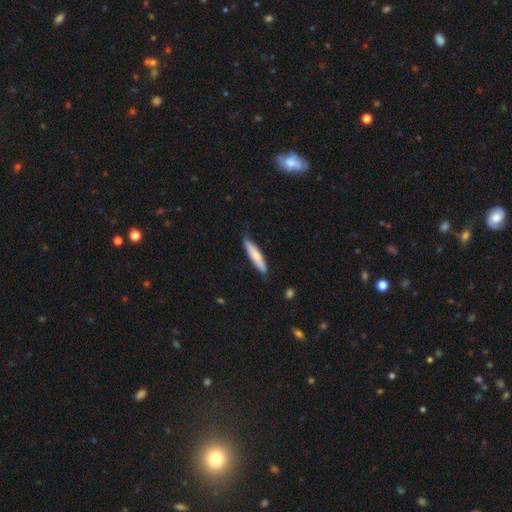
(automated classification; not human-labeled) Smooth or featured: smooth — 74% (featured or disk — 21%)
How rounded: cigar-shaped — 83% (in between — 15%)
Merging: none — 70% (minor disturbance — 24%)